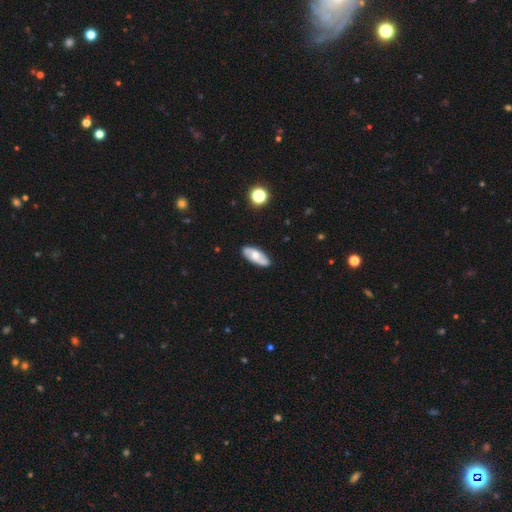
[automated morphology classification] Overall: smooth (47%; featured or disk 46%). Merging: none (85%).